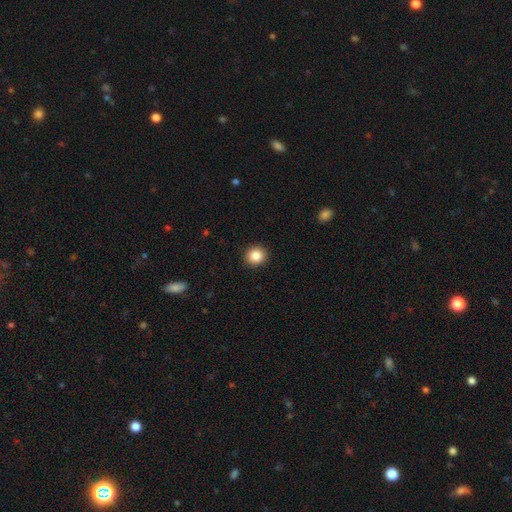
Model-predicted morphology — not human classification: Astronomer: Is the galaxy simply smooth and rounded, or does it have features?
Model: smooth — 87%.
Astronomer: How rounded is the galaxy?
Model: round — 88%.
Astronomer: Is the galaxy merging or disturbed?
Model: none — 92%.